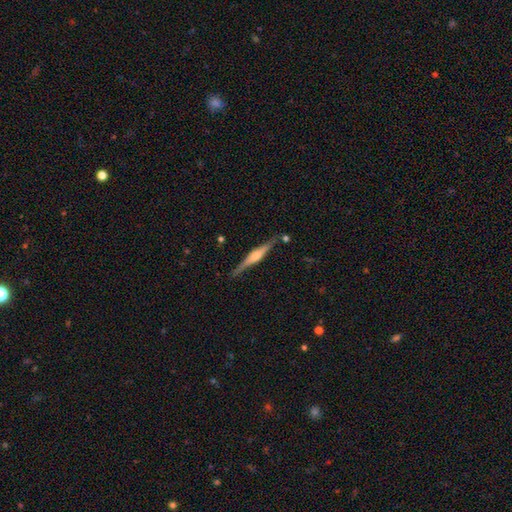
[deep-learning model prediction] This is likely a featured or disk galaxy (73%). It is clearly viewed edge-on (98%). Edge-on bulge: likely rounded (77%). Merging: clearly none (85%).